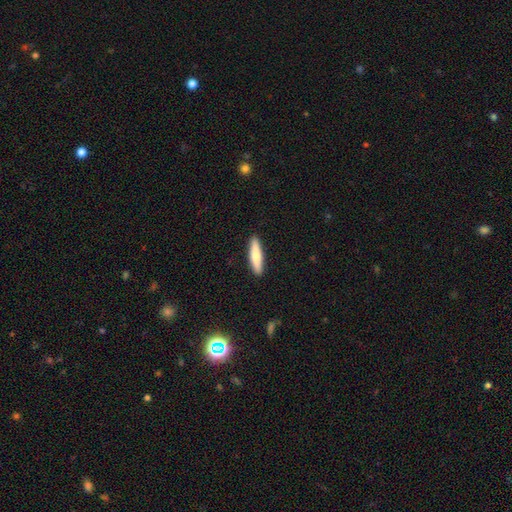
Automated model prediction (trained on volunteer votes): The model was most divided on "smooth or featured": smooth: 73%, featured or disk: 22%, star or artifact: 5%. More confident: merging — none (91%); how rounded — cigar-shaped (81%).